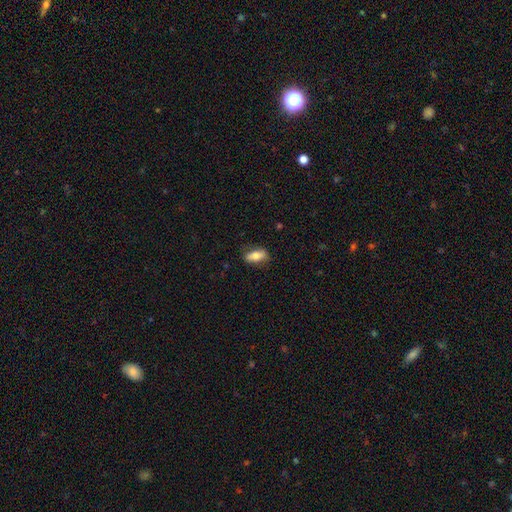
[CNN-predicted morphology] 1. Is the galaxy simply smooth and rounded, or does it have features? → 70% smooth, 23% featured or disk, 7% star or artifact.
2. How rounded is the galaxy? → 81% in between, 15% cigar-shaped, 4% round.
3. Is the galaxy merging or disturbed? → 80% none, 15% minor disturbance, 4% major disturbance, 1% merger.